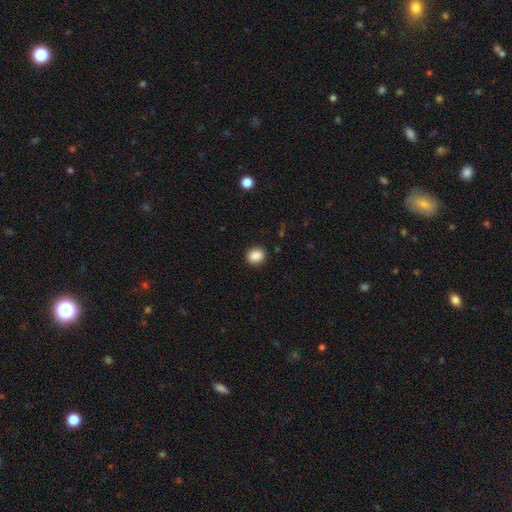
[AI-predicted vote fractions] Smooth or featured? smooth (87%)
How rounded? round (80%)
Merging? none (92%)